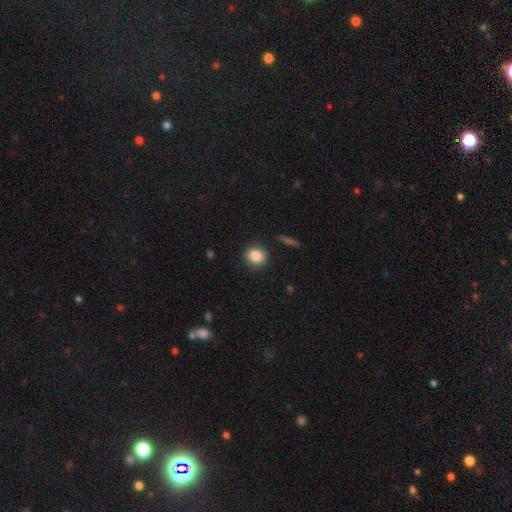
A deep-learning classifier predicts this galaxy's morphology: The model was most divided on "how rounded": round: 80%, in between: 19%, cigar-shaped: 1%. More confident: merging — none (89%); smooth or featured — smooth (85%).